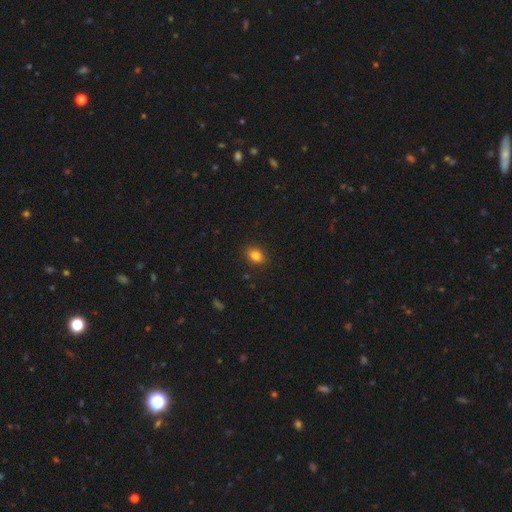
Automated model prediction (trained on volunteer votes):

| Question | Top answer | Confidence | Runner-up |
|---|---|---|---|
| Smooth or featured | smooth | 83% | star or artifact (10%) |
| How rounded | in between | 67% | round (32%) |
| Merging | none | 88% | minor disturbance (9%) |